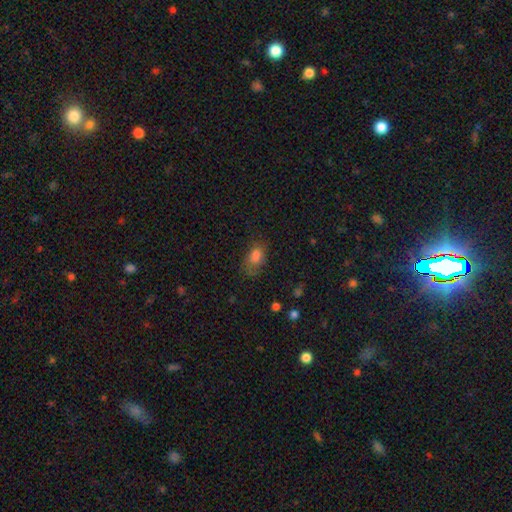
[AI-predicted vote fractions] Smooth or featured? Predicted: smooth (p=0.74). How rounded? Predicted: in between (p=0.83). Merging? Predicted: none (p=0.47).